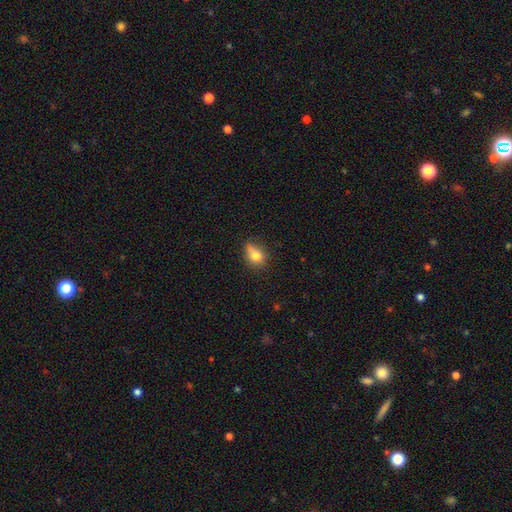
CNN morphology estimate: Smooth or featured?
  - smooth: 75% *
  - featured or disk: 13%
  - star or artifact: 11%
How rounded?
  - in between: 54% *
  - round: 44%
  - cigar-shaped: 2%
Merging?
  - none: 51% *
  - minor disturbance: 33%
  - major disturbance: 10%
  - merger: 7%